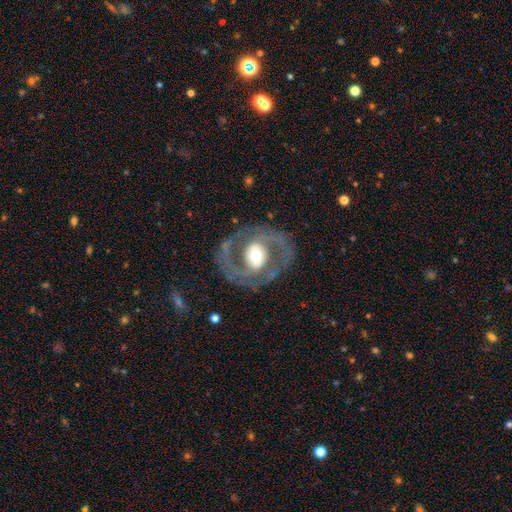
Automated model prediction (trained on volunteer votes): Morphology: type=featured or disk (81%); edge-on=no (96%); bar=no (45%); spiral arms=yes (76%); winding=medium (48%); arm count=2 (86%); bulge=moderate (61%); merging=none (80%).